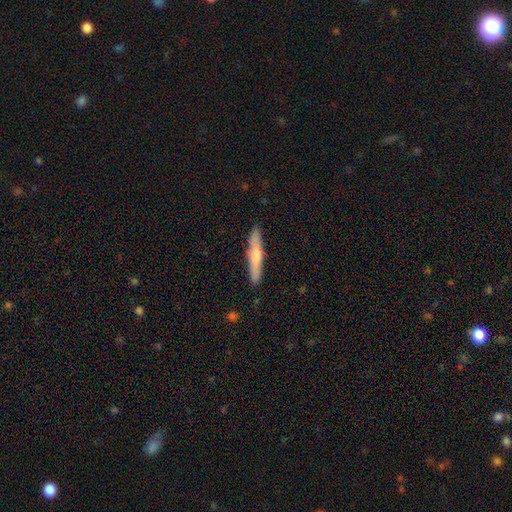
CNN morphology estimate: Smooth or featured?
  - smooth: 53% *
  - featured or disk: 41%
  - star or artifact: 6%
How rounded?
  - cigar-shaped: 91% *
  - in between: 7%
  - round: 1%
Merging?
  - none: 86% *
  - minor disturbance: 10%
  - major disturbance: 2%
  - merger: 2%